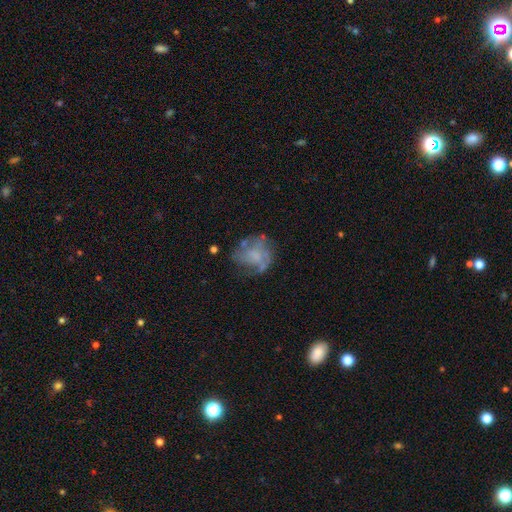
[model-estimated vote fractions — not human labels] Q: Smooth or featured?
A: featured or disk (58%); runner-up: smooth (32%)
Q: Edge-on disk?
A: no (98%); runner-up: yes (2%)
Q: Bar?
A: no (77%); runner-up: weak (20%)
Q: Spiral arms?
A: yes (58%); runner-up: no (42%)
Q: Bulge size?
A: none (47%); runner-up: moderate (23%)
Q: Merging?
A: none (48%); runner-up: major disturbance (24%)